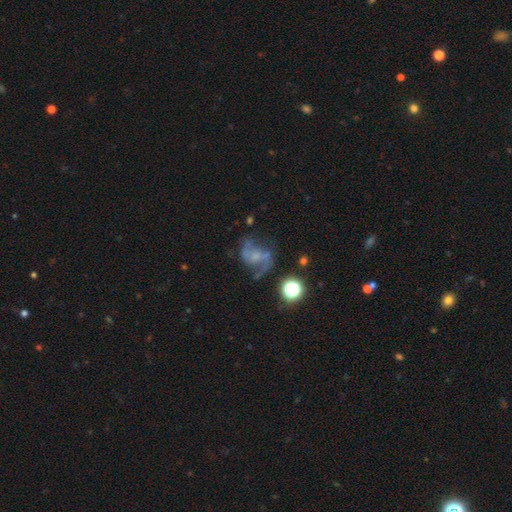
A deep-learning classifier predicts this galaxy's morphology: smooth-or-featured: featured or disk: 68% | smooth: 17% | star or artifact: 15%
  disk-edge-on: no: 97% | yes: 3%
    bar: no: 60% | weak: 31% | strong: 9%
    has-spiral-arms: yes: 83% | no: 17%
      spiral-winding: loose: 55% | medium: 36% | tight: 9%
      spiral-arm-count: 2: 80% | can't tell: 8% | 1: 7% | 3: 3% | 4: 1% | more than 4: 1%
    bulge-size: small: 39% | none: 36% | moderate: 19% | large: 4% | dominant: 2%
  merging: none: 47% | major disturbance: 25% | minor disturbance: 20% | merger: 7%